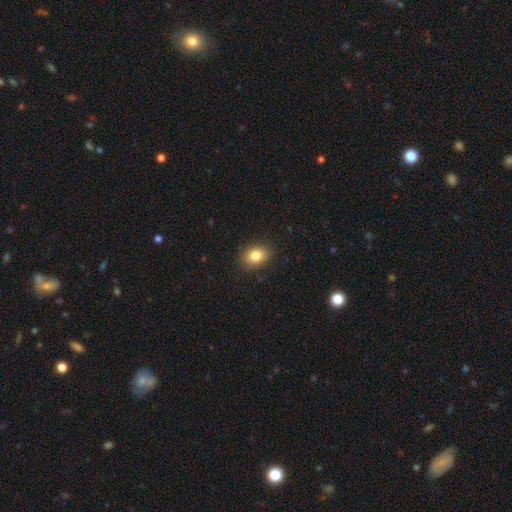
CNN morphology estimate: Q: Smooth or featured?
A: smooth (83%); runner-up: star or artifact (9%)
Q: How rounded?
A: in between (70%); runner-up: round (29%)
Q: Merging?
A: none (87%); runner-up: minor disturbance (10%)